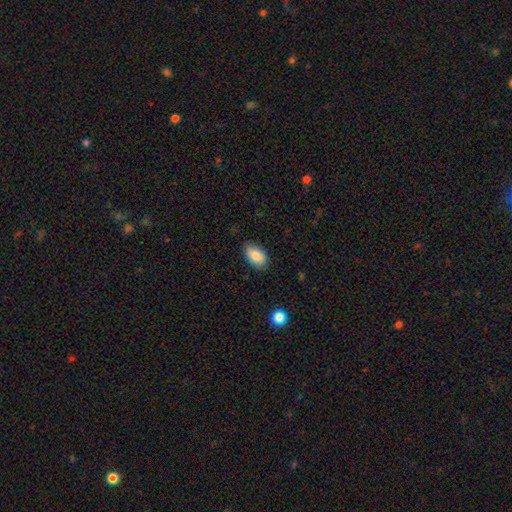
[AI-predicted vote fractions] A smooth galaxy with no disk features (85%) that is in between round and cigar-shaped (92%). Merging: none (82%).